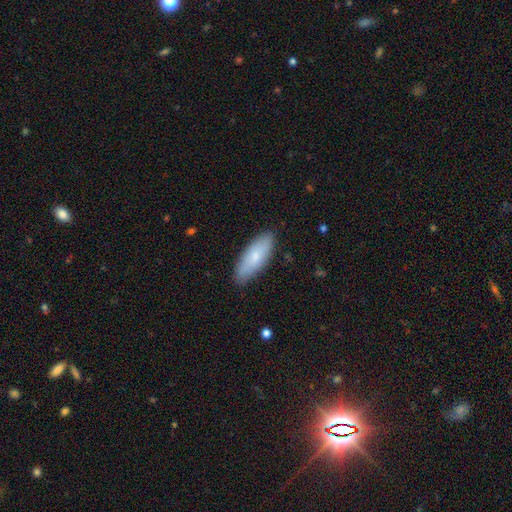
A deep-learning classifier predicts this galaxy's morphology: smooth_or_featured: smooth (p=0.76) [alt: featured or disk p=0.19]
how_rounded: in between (p=0.67) [alt: cigar-shaped p=0.31]
merging: none (p=0.85) [alt: minor disturbance p=0.12]